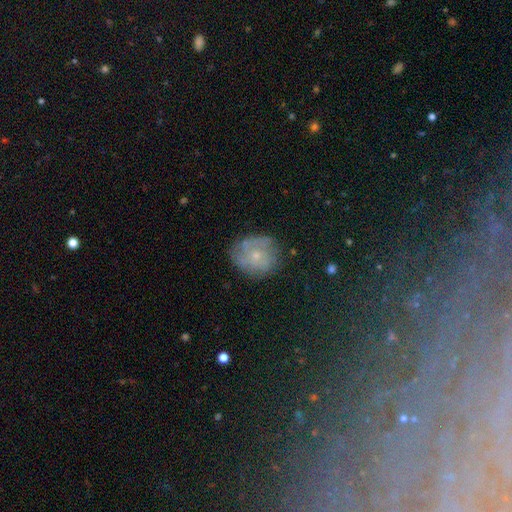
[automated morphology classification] smooth_or_featured: featured or disk (p=0.48) [alt: smooth p=0.43]
merging: none (p=0.67) [alt: minor disturbance p=0.22]